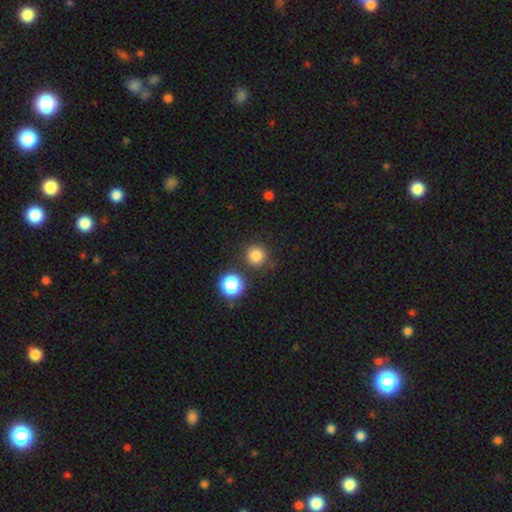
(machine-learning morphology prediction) This appears to be a smooth galaxy with no disk features (81%) that is round (94%). Merging: none (83%).